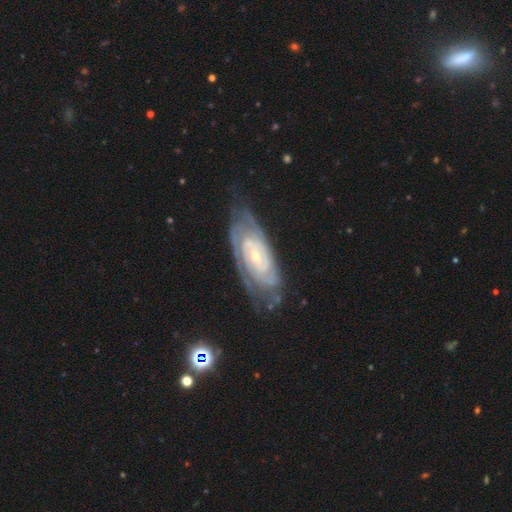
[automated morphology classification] featured or disk 87%, smooth 8%, star or artifact 6%. Down the decision tree: edge-on disk — no (93%); bar — no (68%); spiral arms — yes (96%); spiral arm count — 2 (34%); spiral winding — tight (79%); bulge size — small (71%); merging — none (67%).